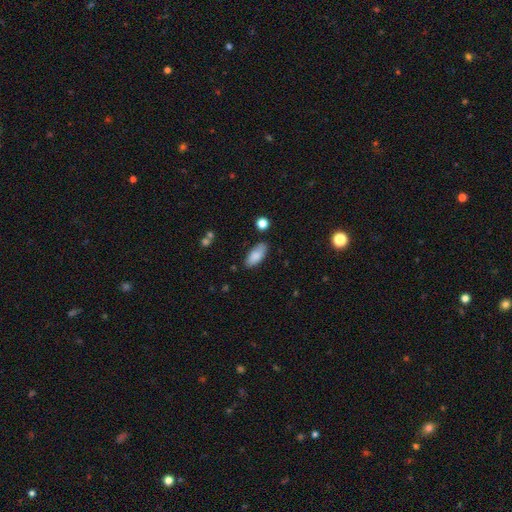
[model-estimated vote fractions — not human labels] Smooth or featured? Predicted: smooth (p=0.84). How rounded? Predicted: in between (p=0.86). Merging? Predicted: none (p=0.78).